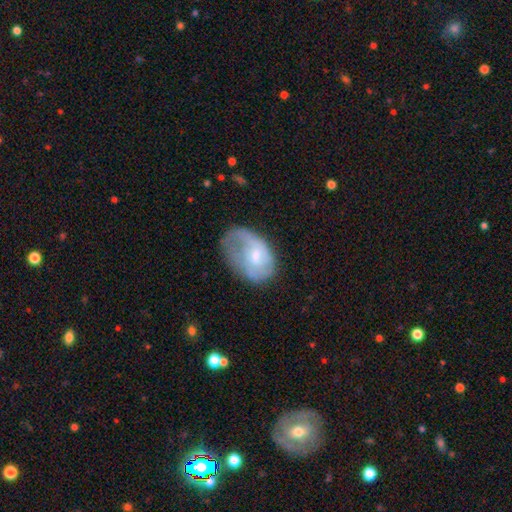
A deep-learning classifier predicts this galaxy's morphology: featured or disk 50%, smooth 43%, star or artifact 7%. Down the decision tree: edge-on disk — no (96%); merging — minor disturbance (34%).